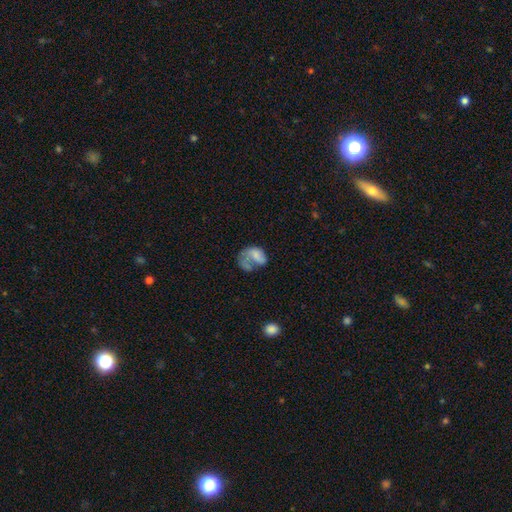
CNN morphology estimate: Smooth or featured?
  - smooth: 52% *
  - featured or disk: 39%
  - star or artifact: 9%
How rounded?
  - in between: 69% *
  - round: 29%
  - cigar-shaped: 1%
Merging?
  - major disturbance: 50% *
  - none: 21%
  - minor disturbance: 16%
  - merger: 12%